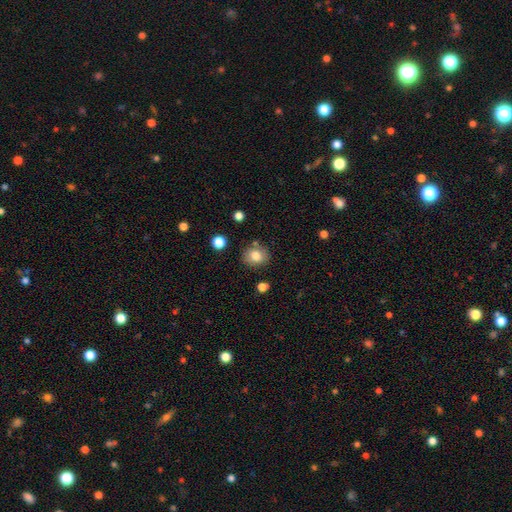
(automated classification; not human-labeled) smooth_or_featured: smooth (p=0.80) [alt: star or artifact p=0.10]
how_rounded: round (p=0.69) [alt: in between p=0.30]
merging: none (p=0.81) [alt: minor disturbance p=0.11]